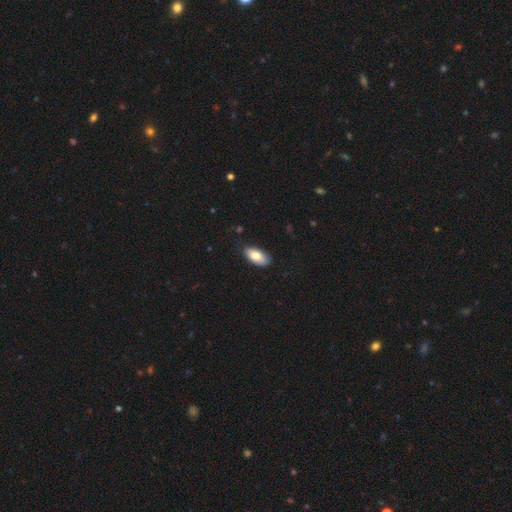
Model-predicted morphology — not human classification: A smooth galaxy with no disk features (80%) that is in between round and cigar-shaped (92%).

Vote fractions:
- Smooth or featured? smooth: 80% / featured or disk: 14% / star or artifact: 6%
- How rounded? in between: 92% / cigar-shaped: 5% / round: 3%
- Merging? none: 78% / minor disturbance: 18% / major disturbance: 3% / merger: 1%